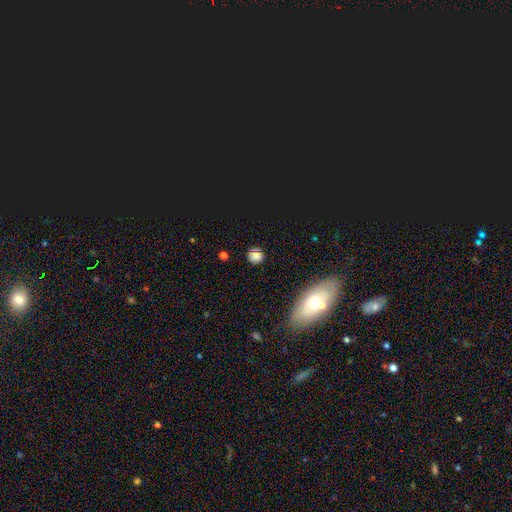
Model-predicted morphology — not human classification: Q: Smooth or featured?
A: smooth (66%); runner-up: star or artifact (23%)
Q: How rounded?
A: round (74%); runner-up: in between (24%)
Q: Merging?
A: none (80%); runner-up: minor disturbance (14%)